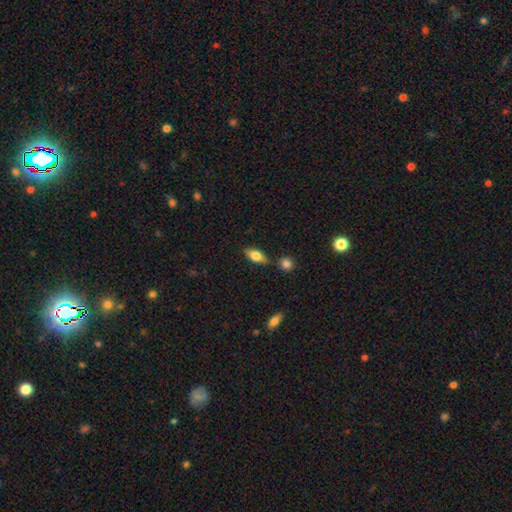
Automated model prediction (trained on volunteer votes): This appears to be a smooth galaxy with no disk features (63%) that is in between round and cigar-shaped (79%). Merging: none (76%).